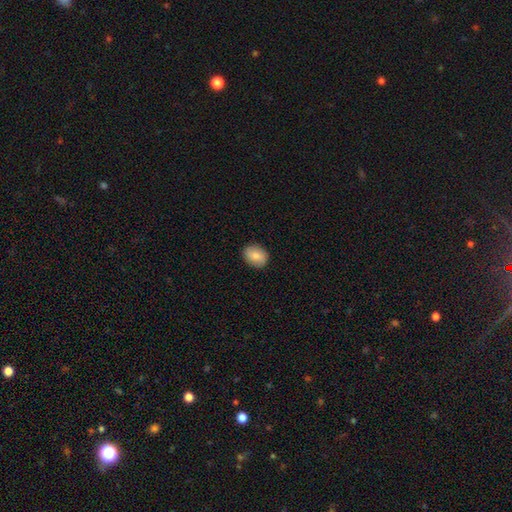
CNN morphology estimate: A smooth galaxy with no disk features (80%) that is in between round and cigar-shaped (57%).

Vote fractions:
- Smooth or featured? smooth: 80% / featured or disk: 12% / star or artifact: 7%
- How rounded? in between: 57% / round: 42% / cigar-shaped: 1%
- Merging? none: 89% / minor disturbance: 8% / major disturbance: 2% / merger: 1%